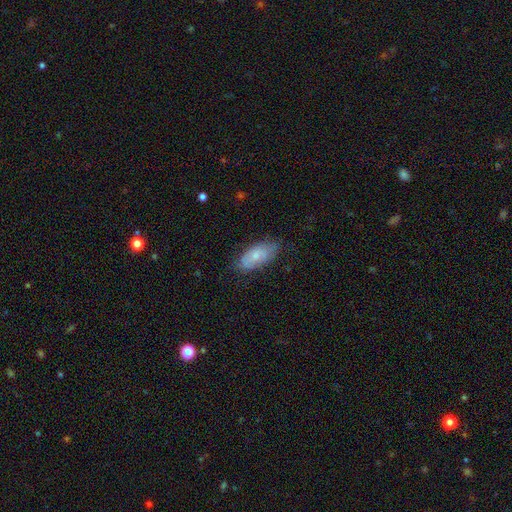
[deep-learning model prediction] A smooth galaxy with no disk features (66%) that is in between round and cigar-shaped (90%).

Vote fractions:
- Smooth or featured? smooth: 66% / featured or disk: 28% / star or artifact: 6%
- How rounded? in between: 90% / cigar-shaped: 7% / round: 3%
- Merging? none: 70% / minor disturbance: 24% / major disturbance: 5% / merger: 1%